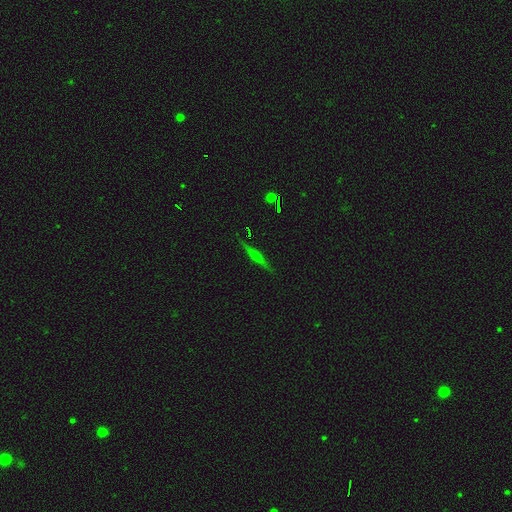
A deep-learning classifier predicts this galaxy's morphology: Smooth or featured: featured or disk — 65% (smooth — 23%)
Edge-on disk: yes — 97% (no — 3%)
Edge-on bulge: rounded — 62% (none — 23%)
Merging: none — 90% (minor disturbance — 7%)